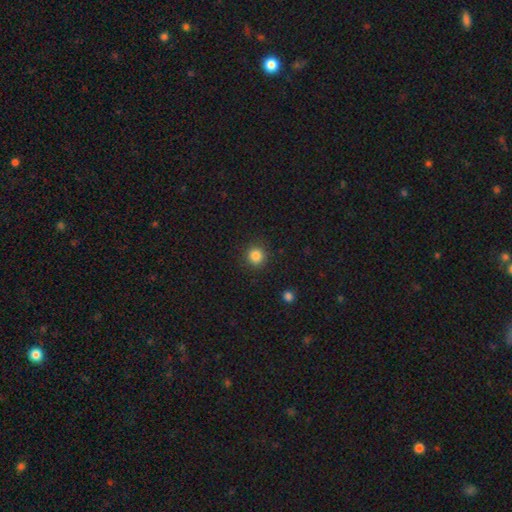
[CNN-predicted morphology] A smooth galaxy with no disk features (85%) that is round (93%). Merging: none (90%).